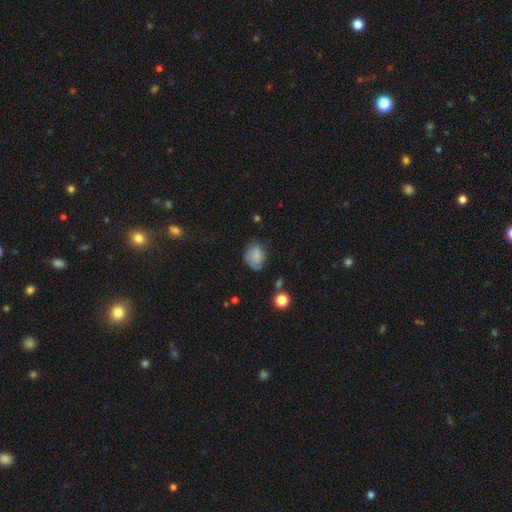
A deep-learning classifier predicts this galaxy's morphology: A smooth galaxy with no disk features (57%) that is in between round and cigar-shaped (50%). Merging: none (58%).